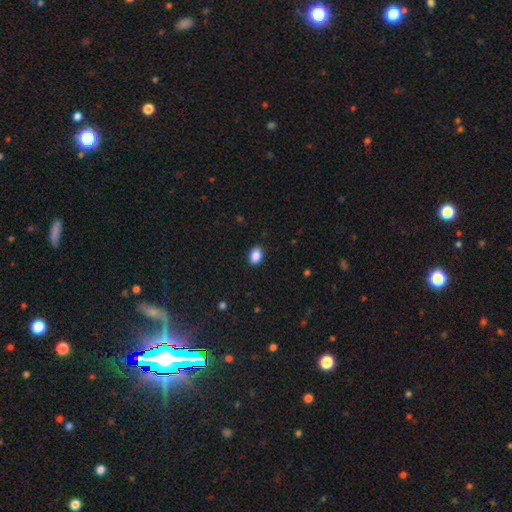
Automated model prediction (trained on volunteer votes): Overall: smooth (88%). How rounded: in between (77%). Merging: none (89%).